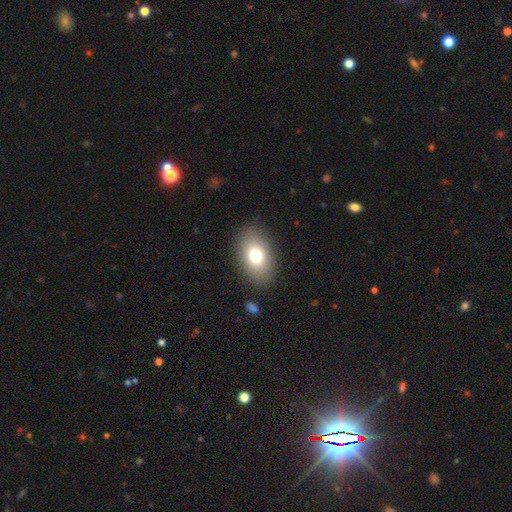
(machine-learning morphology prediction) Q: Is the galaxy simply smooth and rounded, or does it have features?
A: smooth — 76%.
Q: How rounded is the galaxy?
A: in between — 86%.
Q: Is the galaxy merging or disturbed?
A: none — 86%.